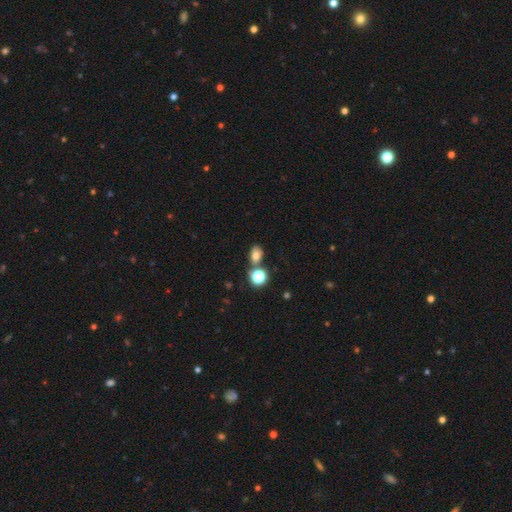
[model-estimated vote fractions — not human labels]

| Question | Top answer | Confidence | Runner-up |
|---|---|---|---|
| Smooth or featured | smooth | 73% | star or artifact (17%) |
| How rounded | in between | 69% | round (30%) |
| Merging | none | 67% | merger (18%) |